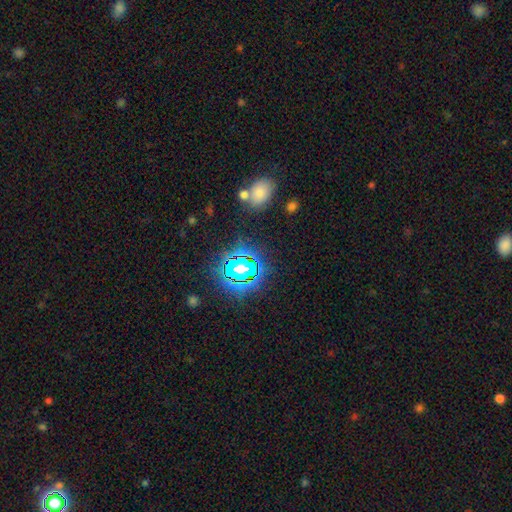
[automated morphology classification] star or artifact 71%, smooth 20%, featured or disk 9%.